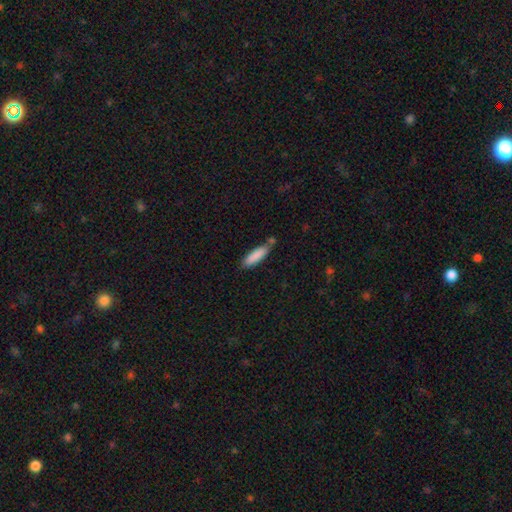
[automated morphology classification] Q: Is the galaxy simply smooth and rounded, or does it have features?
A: smooth — 86%.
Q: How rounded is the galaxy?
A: cigar-shaped — 66%.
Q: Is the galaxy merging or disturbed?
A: none — 66%.